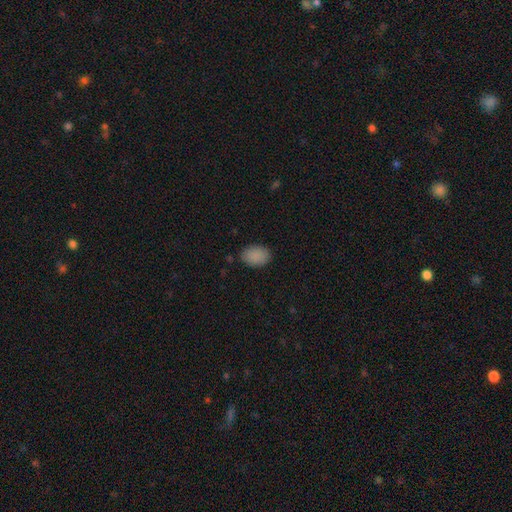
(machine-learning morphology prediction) The model was most divided on "how rounded": in between: 82%, round: 17%, cigar-shaped: 1%. More confident: smooth or featured — smooth (89%); merging — none (86%).